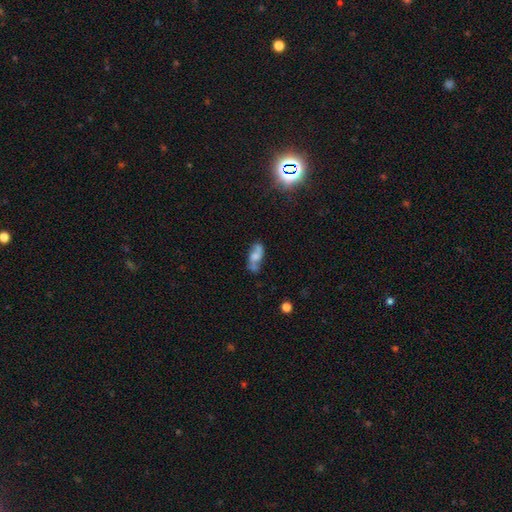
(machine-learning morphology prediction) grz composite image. It shows a featured or disk galaxy (55%). Merging: none (60%).